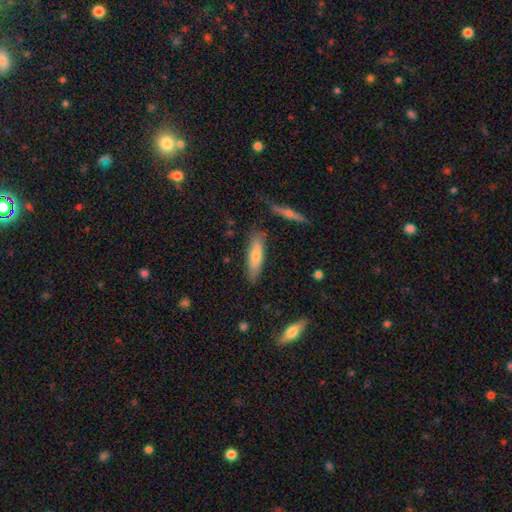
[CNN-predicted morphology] smooth 66%, featured or disk 27%, star or artifact 6%. Down the decision tree: how rounded — cigar-shaped (67%); merging — none (78%).